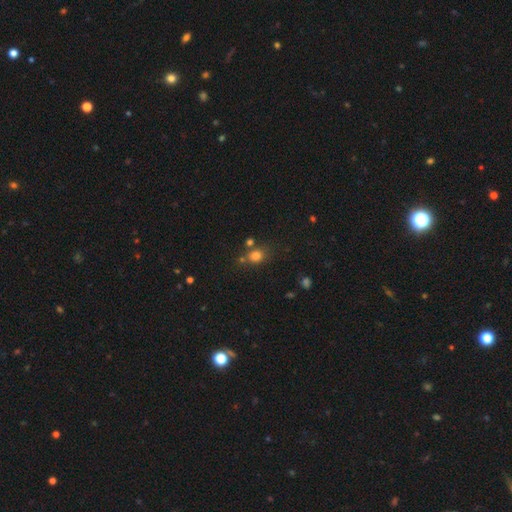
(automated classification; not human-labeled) A smooth galaxy with no disk features (78%) that is round (66%). Merging: none (66%).